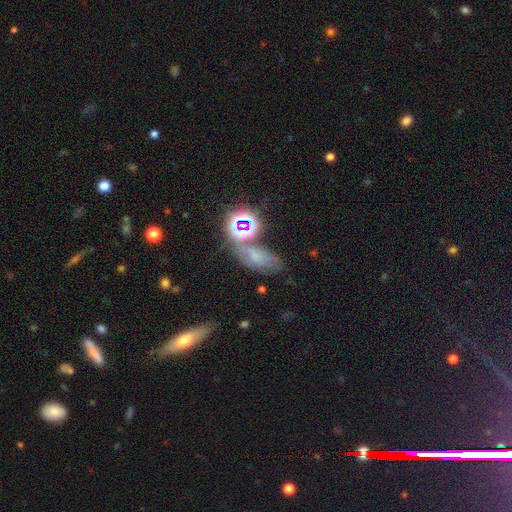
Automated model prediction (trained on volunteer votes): Smooth or featured: smooth — 48% (star or artifact — 33%)
Merging: none — 46% (minor disturbance — 22%)